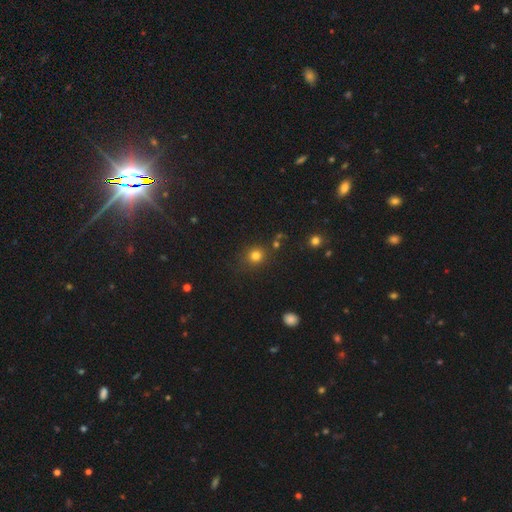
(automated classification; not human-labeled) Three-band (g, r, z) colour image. It shows a smooth galaxy with no disk features (79%) that is round (86%). Merging: none (81%).